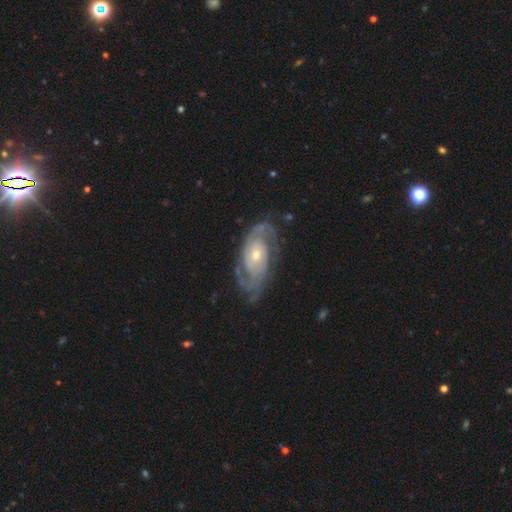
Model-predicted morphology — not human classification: smooth-or-featured: featured or disk: 88% | smooth: 7% | star or artifact: 5%
  disk-edge-on: no: 95% | yes: 5%
    bar: no: 71% | weak: 23% | strong: 6%
    has-spiral-arms: yes: 96% | no: 4%
      spiral-winding: tight: 57% | medium: 34% | loose: 9%
      spiral-arm-count: 2: 45% | can't tell: 24% | 3: 16% | 4: 6% | 1: 5% | more than 4: 4%
    bulge-size: small: 51% | moderate: 44% | large: 3% | none: 1% | dominant: 1%
  merging: none: 73% | minor disturbance: 17% | major disturbance: 9% | merger: 2%